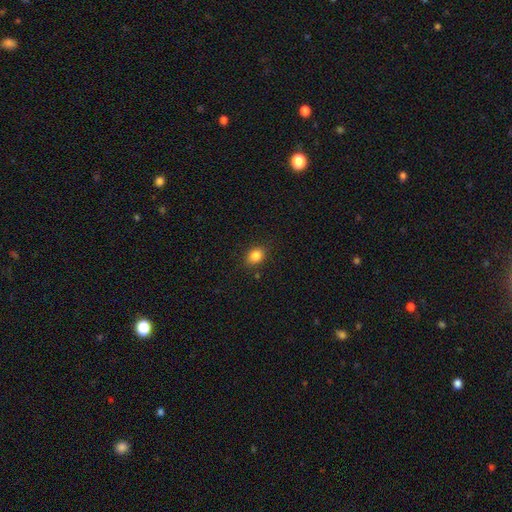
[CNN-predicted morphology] Smooth or featured? Predicted: smooth (p=0.85). How rounded? Predicted: in between (p=0.60). Merging? Predicted: none (p=0.86).